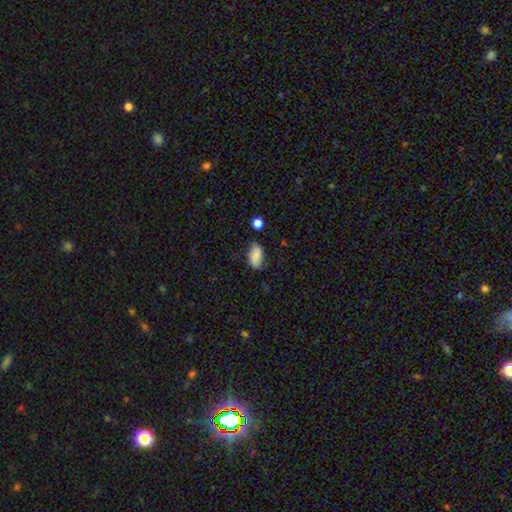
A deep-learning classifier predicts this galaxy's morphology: smooth-or-featured: smooth: 84% | star or artifact: 8% | featured or disk: 8%
  how-rounded: in between: 92% | round: 4% | cigar-shaped: 4%
  merging: none: 67% | minor disturbance: 24% | major disturbance: 5% | merger: 3%